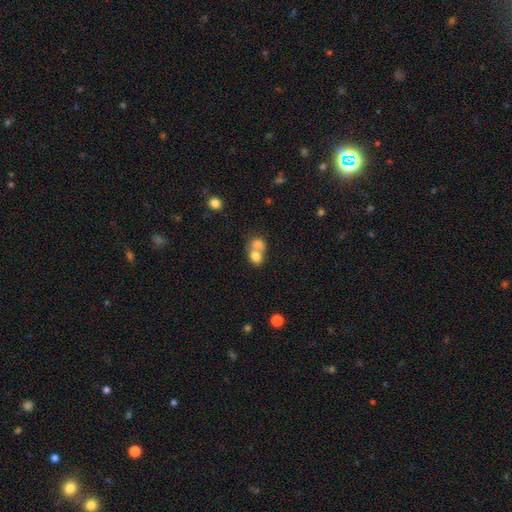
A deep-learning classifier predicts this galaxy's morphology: smooth-or-featured: smooth: 74% | featured or disk: 16% | star or artifact: 10%
  how-rounded: round: 57% | in between: 42% | cigar-shaped: 1%
  merging: merger: 71% | none: 21% | minor disturbance: 5% | major disturbance: 3%